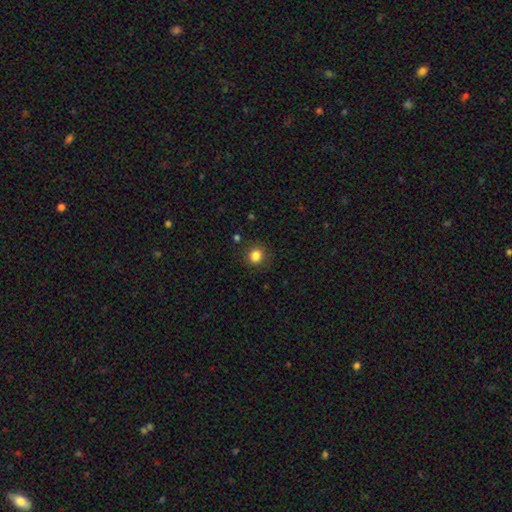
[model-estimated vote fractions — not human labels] The model was most divided on "how rounded": round: 81%, in between: 18%, cigar-shaped: 1%. More confident: merging — none (87%); smooth or featured — smooth (84%).